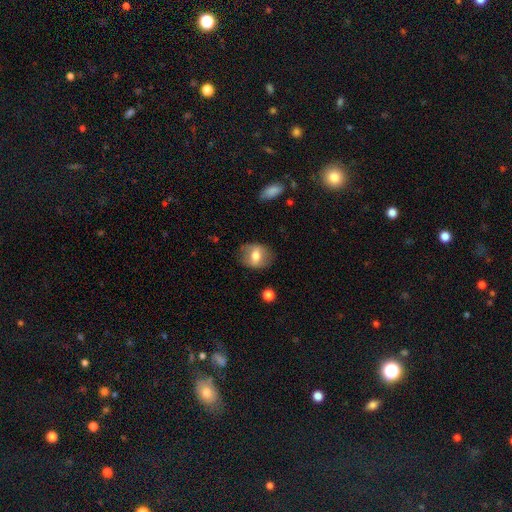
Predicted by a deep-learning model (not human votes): A smooth galaxy with no disk features (61%) that is in between round and cigar-shaped (55%). Merging: none (77%).